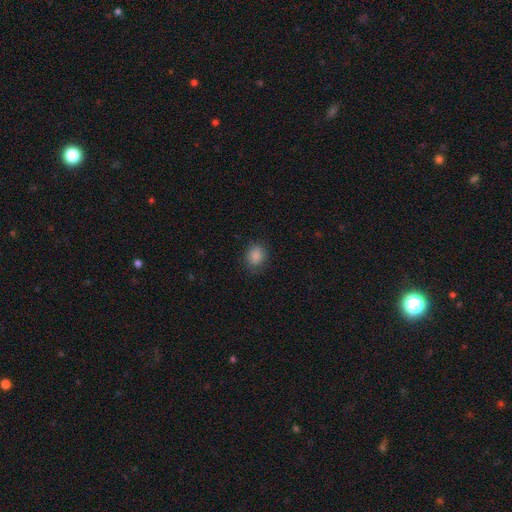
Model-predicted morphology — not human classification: Smooth or featured?
  - smooth: 87% *
  - star or artifact: 9%
  - featured or disk: 4%
How rounded?
  - round: 60% *
  - in between: 39%
  - cigar-shaped: 1%
Merging?
  - none: 81% *
  - minor disturbance: 14%
  - major disturbance: 4%
  - merger: 1%